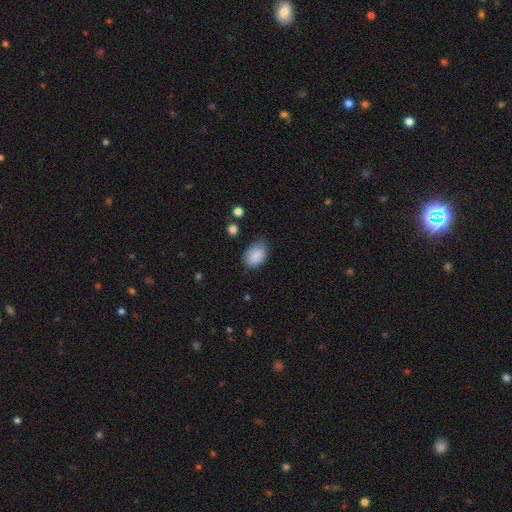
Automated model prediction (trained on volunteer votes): A smooth galaxy with no disk features (86%) that is in between round and cigar-shaped (85%). Merging: none (66%).